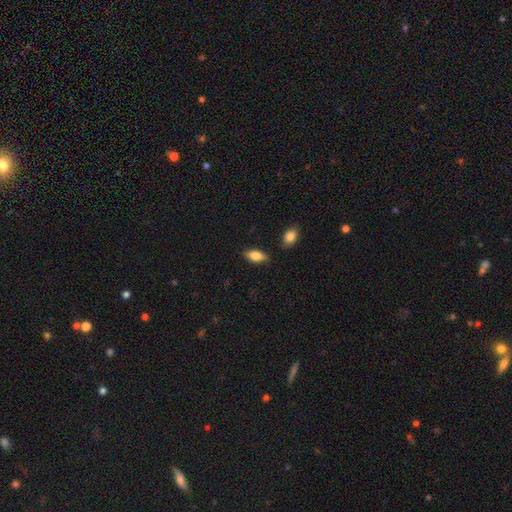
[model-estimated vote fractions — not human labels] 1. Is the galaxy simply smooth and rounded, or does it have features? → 78% smooth, 15% featured or disk, 7% star or artifact.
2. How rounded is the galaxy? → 86% in between, 11% cigar-shaped, 3% round.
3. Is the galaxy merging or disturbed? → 82% none, 12% minor disturbance, 3% merger, 3% major disturbance.